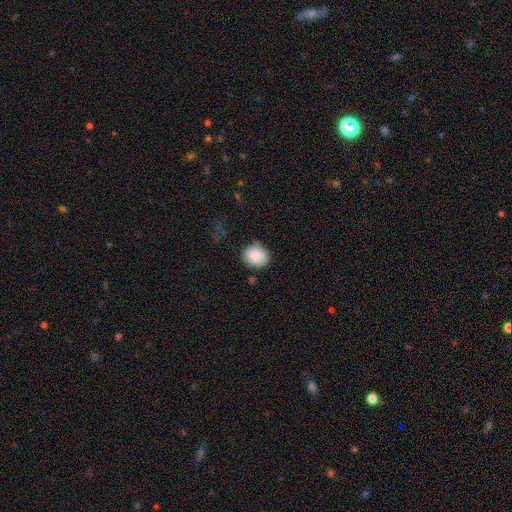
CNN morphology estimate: Smooth or featured: smooth — 88% (star or artifact — 8%)
How rounded: round — 68% (in between — 31%)
Merging: none — 77% (minor disturbance — 16%)